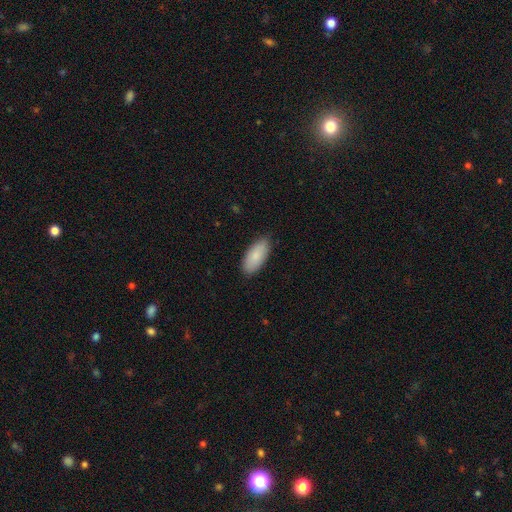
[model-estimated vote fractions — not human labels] smooth 86%, featured or disk 8%, star or artifact 6%. Down the decision tree: how rounded — in between (90%); merging — none (85%).